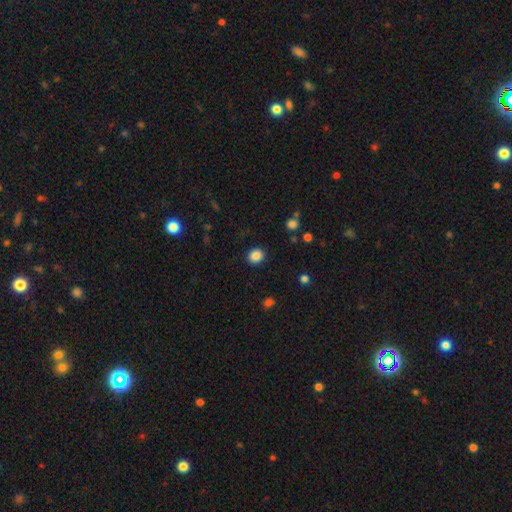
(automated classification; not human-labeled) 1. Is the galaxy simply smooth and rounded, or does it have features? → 86% smooth, 10% star or artifact, 4% featured or disk.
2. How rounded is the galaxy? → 77% round, 22% in between, 1% cigar-shaped.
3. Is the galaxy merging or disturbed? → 90% none, 7% minor disturbance, 2% major disturbance, 1% merger.